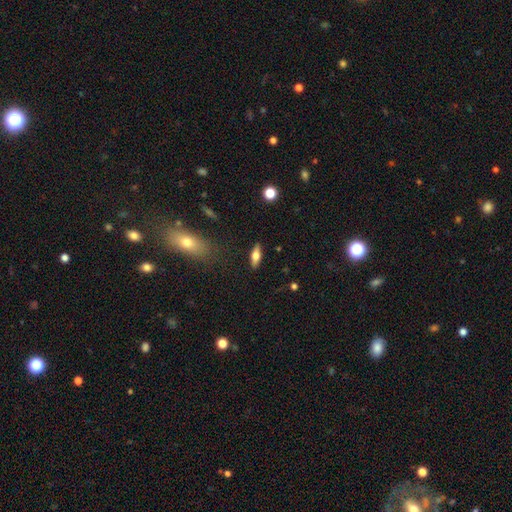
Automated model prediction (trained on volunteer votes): smooth_or_featured: smooth (p=0.50) [alt: featured or disk p=0.42]
how_rounded: in between (p=0.59) [alt: cigar-shaped p=0.37]
merging: none (p=0.87) [alt: minor disturbance p=0.09]